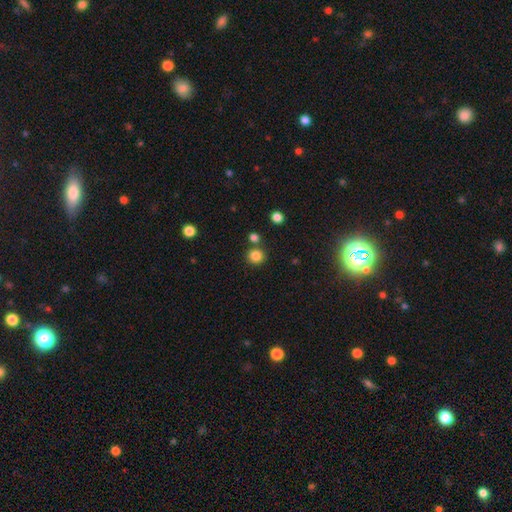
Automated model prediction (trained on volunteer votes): Smooth or featured?
  - smooth: 84% *
  - star or artifact: 12%
  - featured or disk: 4%
How rounded?
  - round: 91% *
  - in between: 8%
  - cigar-shaped: 1%
Merging?
  - none: 79% *
  - merger: 11%
  - minor disturbance: 7%
  - major disturbance: 3%